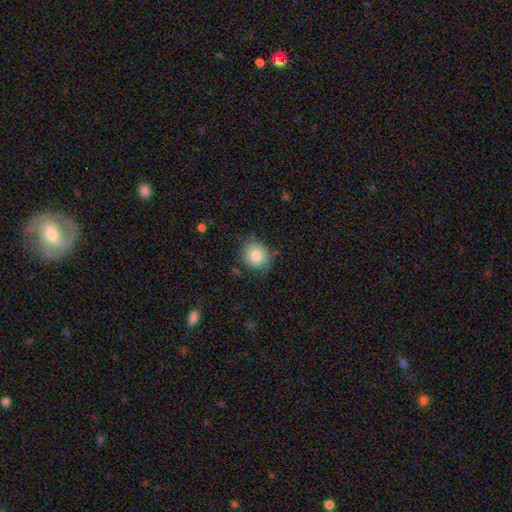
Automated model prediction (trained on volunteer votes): This is likely a smooth galaxy (78%). How rounded: clearly round (81%). Merging: likely none (73%).